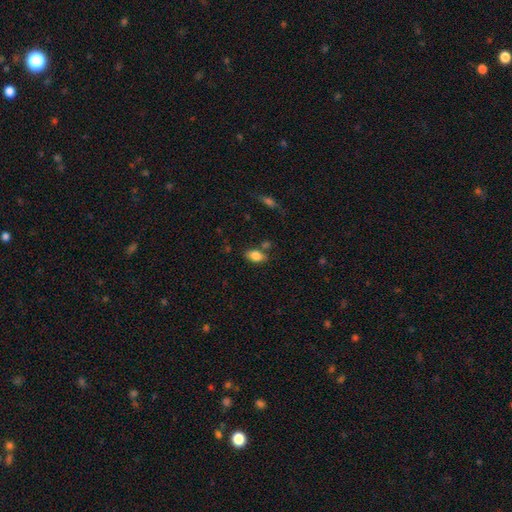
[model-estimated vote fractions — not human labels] Smooth or featured?
  - smooth: 82% *
  - featured or disk: 10%
  - star or artifact: 8%
How rounded?
  - in between: 88% *
  - round: 8%
  - cigar-shaped: 4%
Merging?
  - none: 73% *
  - minor disturbance: 15%
  - merger: 9%
  - major disturbance: 4%